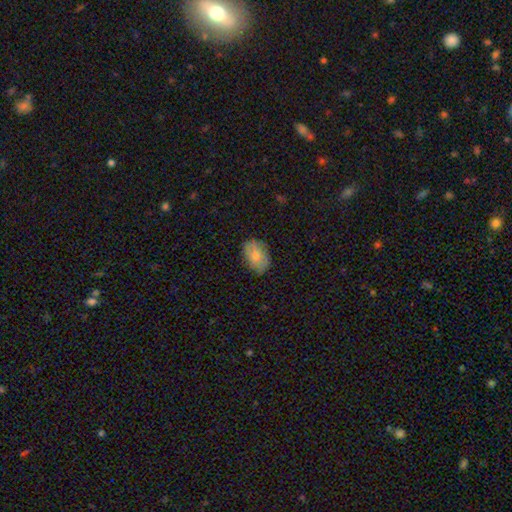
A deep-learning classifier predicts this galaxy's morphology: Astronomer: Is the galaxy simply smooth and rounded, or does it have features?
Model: smooth — 75%.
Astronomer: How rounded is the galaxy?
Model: in between — 84%.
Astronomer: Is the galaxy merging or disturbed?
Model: none — 77%.